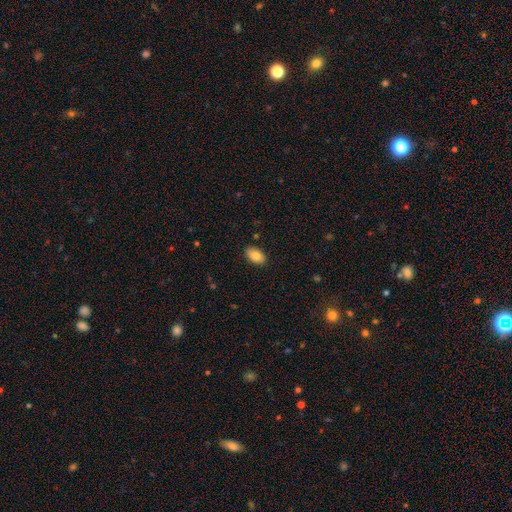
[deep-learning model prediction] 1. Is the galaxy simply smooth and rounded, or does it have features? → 83% smooth, 9% featured or disk, 7% star or artifact.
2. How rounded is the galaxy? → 92% in between, 7% round, 1% cigar-shaped.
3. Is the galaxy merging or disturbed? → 89% none, 8% minor disturbance, 2% major disturbance, 1% merger.